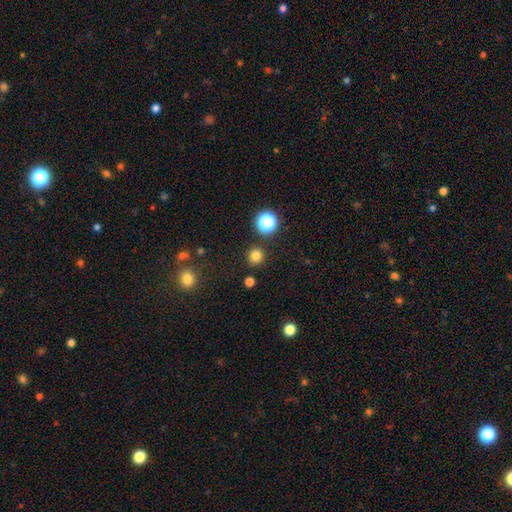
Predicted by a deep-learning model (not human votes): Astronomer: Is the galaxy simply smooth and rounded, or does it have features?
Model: smooth — 80%.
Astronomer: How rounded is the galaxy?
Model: round — 95%.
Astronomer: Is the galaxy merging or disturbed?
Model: none — 90%.